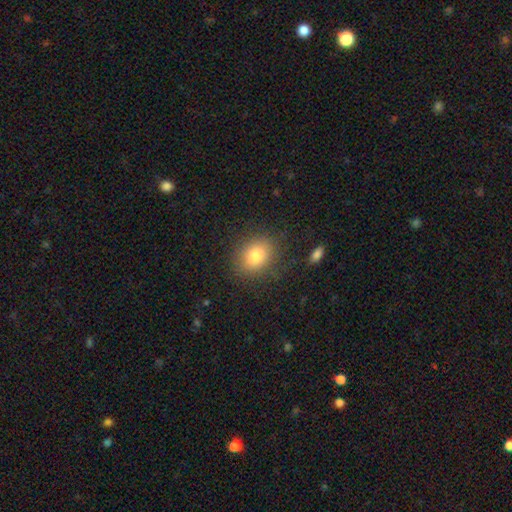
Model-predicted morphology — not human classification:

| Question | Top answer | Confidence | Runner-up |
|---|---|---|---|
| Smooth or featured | smooth | 81% | star or artifact (10%) |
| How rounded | in between | 53% | round (46%) |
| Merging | none | 82% | minor disturbance (12%) |